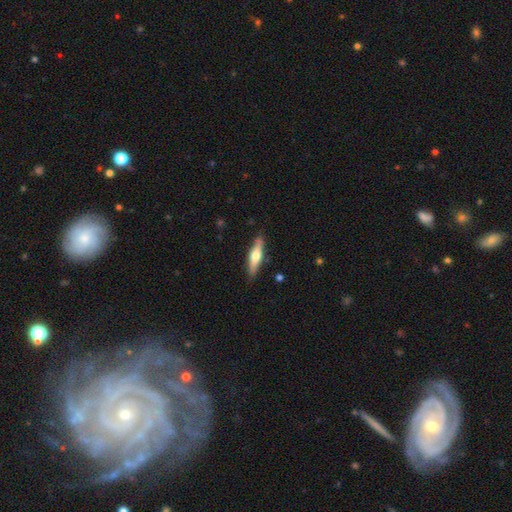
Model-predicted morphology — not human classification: smooth_or_featured: featured or disk (p=0.50) [alt: smooth p=0.44]
disk_edge_on: yes (p=0.91) [alt: no p=0.09]
merging: none (p=0.85) [alt: minor disturbance p=0.11]